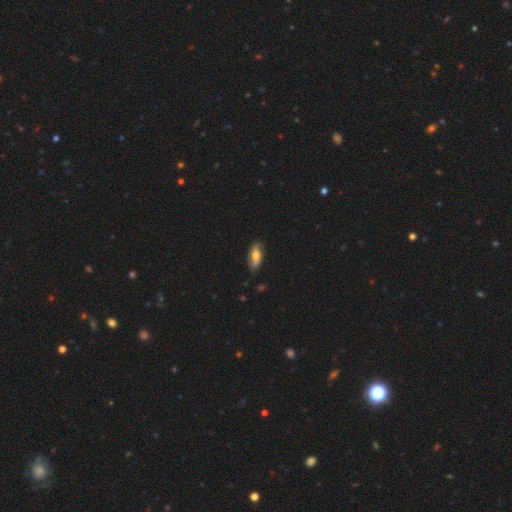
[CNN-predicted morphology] Q: Smooth or featured?
A: smooth (55%); runner-up: featured or disk (38%)
Q: How rounded?
A: in between (79%); runner-up: cigar-shaped (18%)
Q: Merging?
A: none (79%); runner-up: minor disturbance (17%)